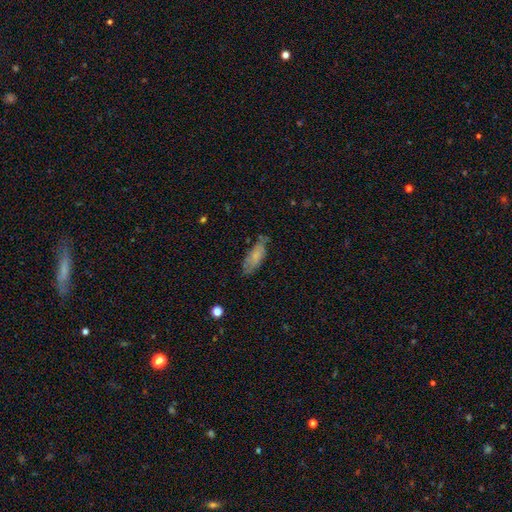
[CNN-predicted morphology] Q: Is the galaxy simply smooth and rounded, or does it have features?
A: smooth — 60%.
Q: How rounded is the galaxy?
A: in between — 76%.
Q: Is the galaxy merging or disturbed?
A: none — 62%.